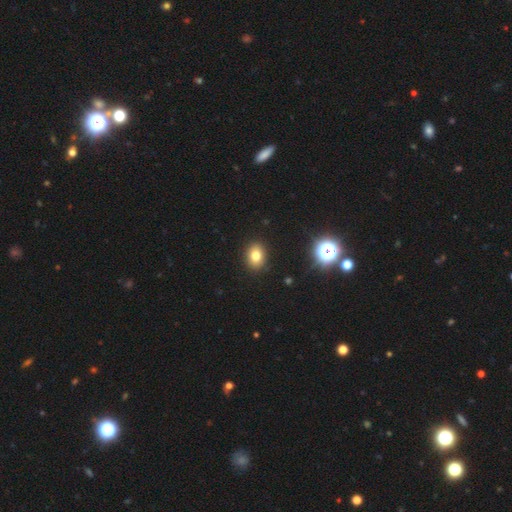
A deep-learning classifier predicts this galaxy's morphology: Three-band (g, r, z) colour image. It shows a smooth galaxy with no disk features (79%) that is in between round and cigar-shaped (59%). Merging: none (90%).